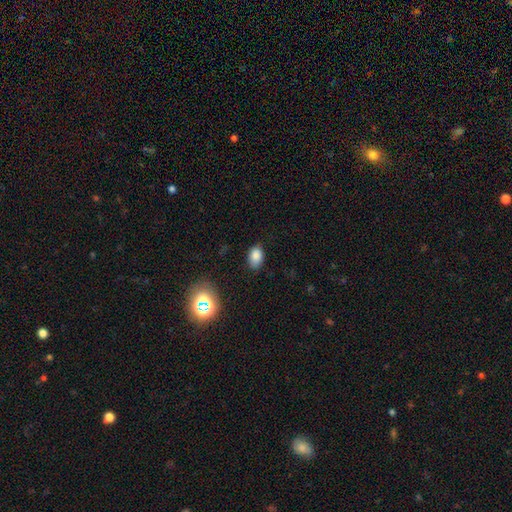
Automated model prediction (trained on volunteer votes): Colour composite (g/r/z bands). It shows a smooth galaxy with no disk features (83%) that is in between round and cigar-shaped (85%). Merging: none (78%).